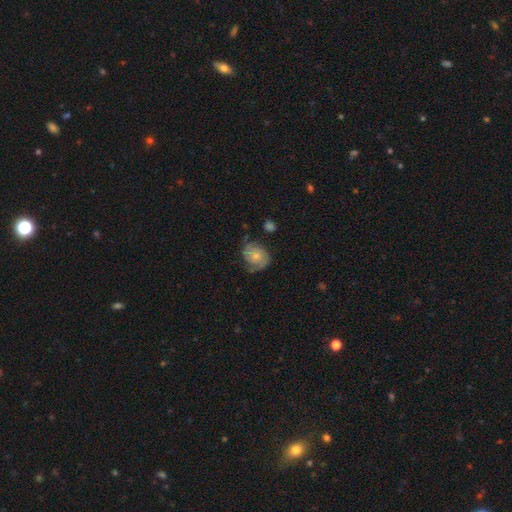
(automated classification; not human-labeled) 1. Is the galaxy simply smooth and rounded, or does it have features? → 61% featured or disk, 32% smooth, 7% star or artifact.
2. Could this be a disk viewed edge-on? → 97% no, 3% yes.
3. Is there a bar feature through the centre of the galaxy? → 79% no, 19% weak, 3% strong.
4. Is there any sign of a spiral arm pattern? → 88% yes, 12% no.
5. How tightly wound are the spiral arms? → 51% tight, 33% medium, 16% loose.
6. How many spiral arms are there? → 50% 2, 23% can't tell, 15% 1, 8% 3, 3% 4, 2% more than 4.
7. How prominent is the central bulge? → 54% small, 34% moderate, 7% none, 4% large, 1% dominant.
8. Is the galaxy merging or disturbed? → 57% none, 26% minor disturbance, 14% major disturbance, 3% merger.